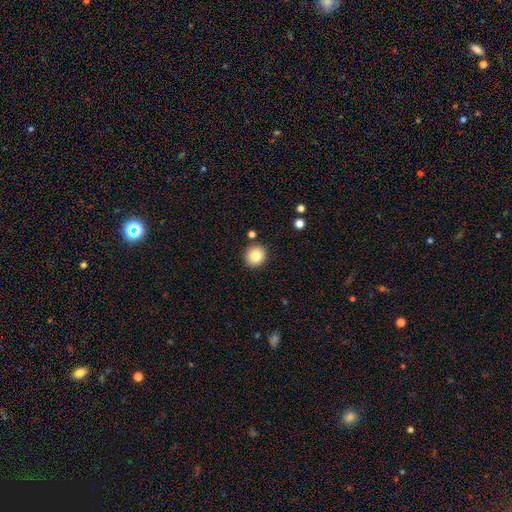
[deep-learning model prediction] This appears to be a smooth galaxy with no disk features (83%) that is round (90%). Merging: none (88%).